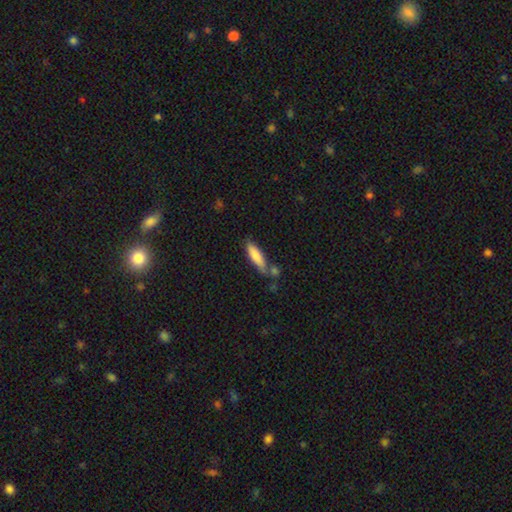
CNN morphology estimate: Smooth or featured?
  - smooth: 80% *
  - featured or disk: 14%
  - star or artifact: 6%
How rounded?
  - cigar-shaped: 60% *
  - in between: 38%
  - round: 2%
Merging?
  - none: 58% *
  - minor disturbance: 19%
  - merger: 17%
  - major disturbance: 5%